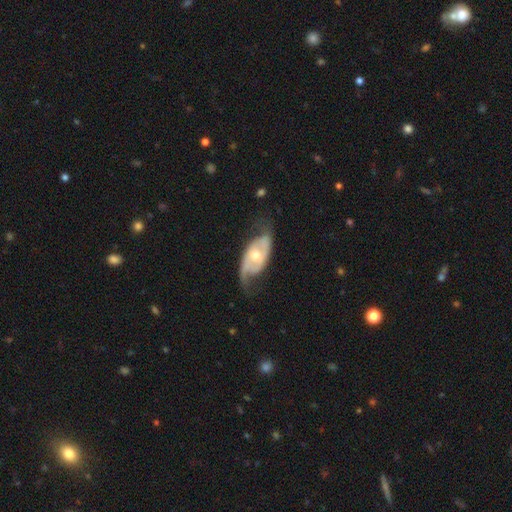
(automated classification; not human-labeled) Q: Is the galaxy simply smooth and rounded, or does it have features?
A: featured or disk — 77%.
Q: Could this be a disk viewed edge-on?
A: no — 92%.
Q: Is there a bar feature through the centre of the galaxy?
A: no — 63%.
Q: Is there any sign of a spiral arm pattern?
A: yes — 86%.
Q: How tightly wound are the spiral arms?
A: loose — 39%, tied with medium.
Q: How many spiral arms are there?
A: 2 — 79%.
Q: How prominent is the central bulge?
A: moderate — 65%.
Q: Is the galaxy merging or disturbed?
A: none — 58%.